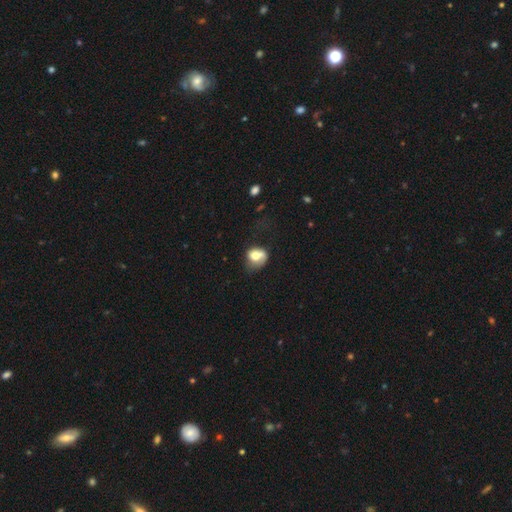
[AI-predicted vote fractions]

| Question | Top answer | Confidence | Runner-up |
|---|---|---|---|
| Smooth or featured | smooth | 64% | featured or disk (28%) |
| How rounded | round | 53% | in between (46%) |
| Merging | none | 35% | minor disturbance (33%) |